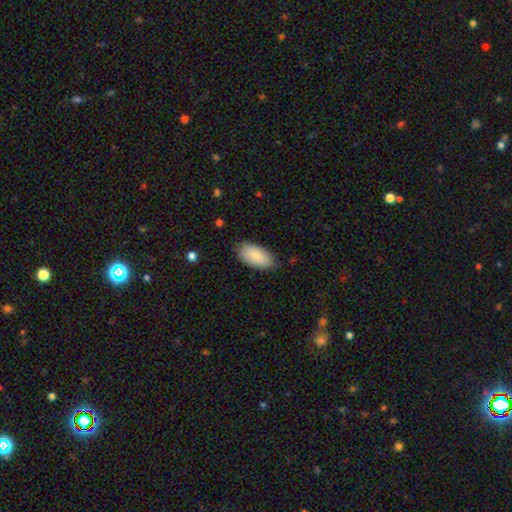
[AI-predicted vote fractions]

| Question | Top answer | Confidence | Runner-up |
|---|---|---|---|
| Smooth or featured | smooth | 85% | featured or disk (9%) |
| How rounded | in between | 95% | cigar-shaped (3%) |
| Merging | none | 77% | minor disturbance (19%) |